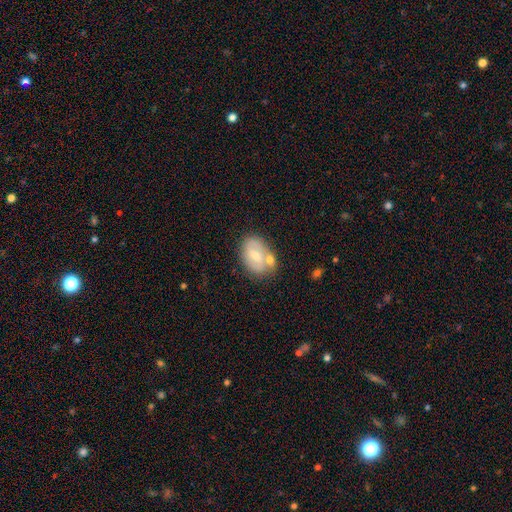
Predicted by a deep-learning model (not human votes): smooth-or-featured: smooth: 47% | featured or disk: 46% | star or artifact: 7%
  merging: none: 52% | merger: 22% | minor disturbance: 20% | major disturbance: 6%